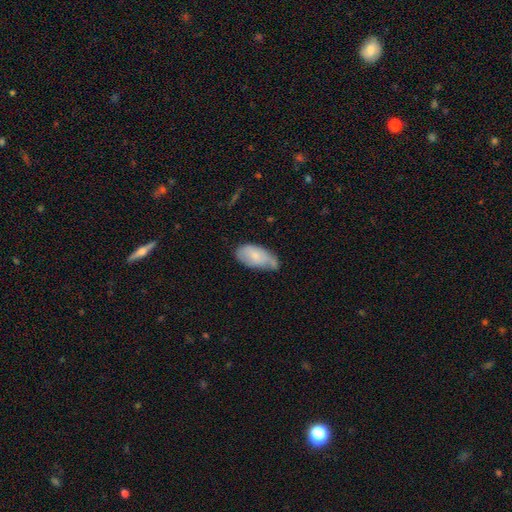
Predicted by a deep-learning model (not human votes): Smooth or featured? Predicted: smooth (p=0.72). How rounded? Predicted: in between (p=0.91). Merging? Predicted: none (p=0.40, tied with minor disturbance).